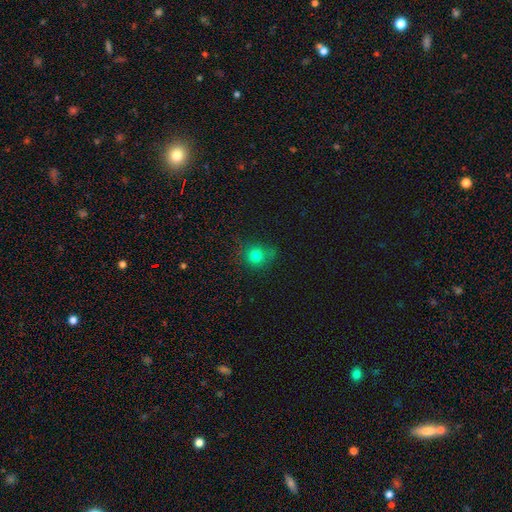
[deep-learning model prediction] Smooth or featured? smooth (76%)
How rounded? round (86%)
Merging? none (72%)